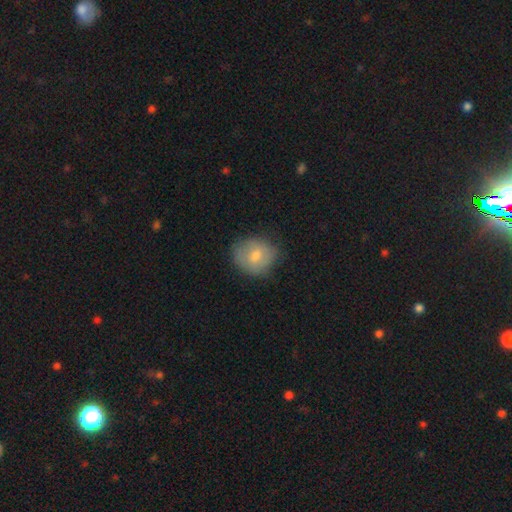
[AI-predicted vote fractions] Smooth or featured?
  - smooth: 68% *
  - featured or disk: 24%
  - star or artifact: 8%
How rounded?
  - round: 72% *
  - in between: 27%
  - cigar-shaped: 1%
Merging?
  - none: 72% *
  - minor disturbance: 21%
  - major disturbance: 5%
  - merger: 1%